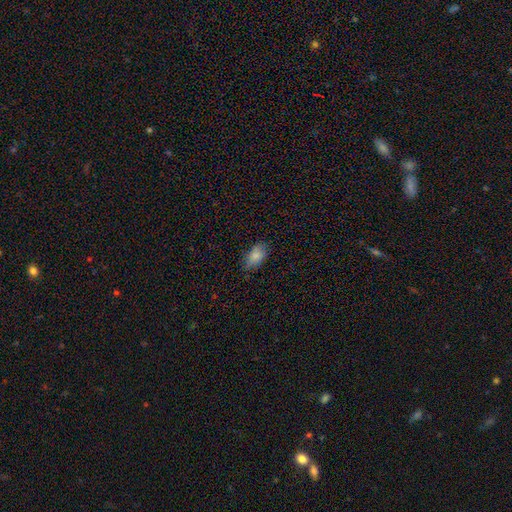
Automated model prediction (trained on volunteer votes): Smooth or featured?
  - smooth: 84% *
  - star or artifact: 8%
  - featured or disk: 8%
How rounded?
  - in between: 91% *
  - round: 6%
  - cigar-shaped: 3%
Merging?
  - none: 74% *
  - minor disturbance: 21%
  - major disturbance: 4%
  - merger: 1%